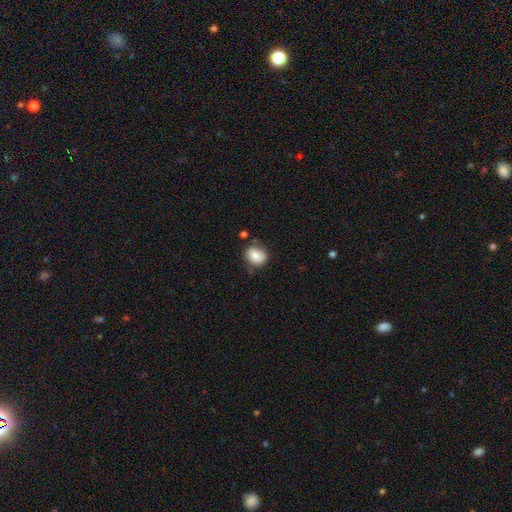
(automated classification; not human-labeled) This is likely a smooth galaxy (80%). How rounded: likely round (62%). Merging: likely none (72%).